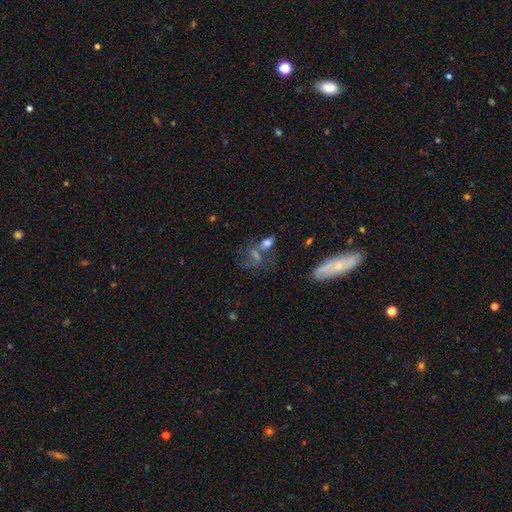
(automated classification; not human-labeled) smooth_or_featured: featured or disk (p=0.49) [alt: smooth p=0.30]
merging: none (p=0.48) [alt: merger p=0.20]